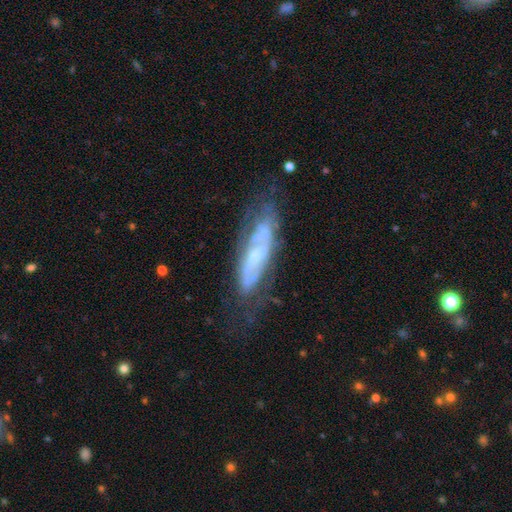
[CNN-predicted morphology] A featured or disk galaxy (75%) with no bar (42%), spiral arms (61%) and a small central bulge (56%). Merging: none (56%).